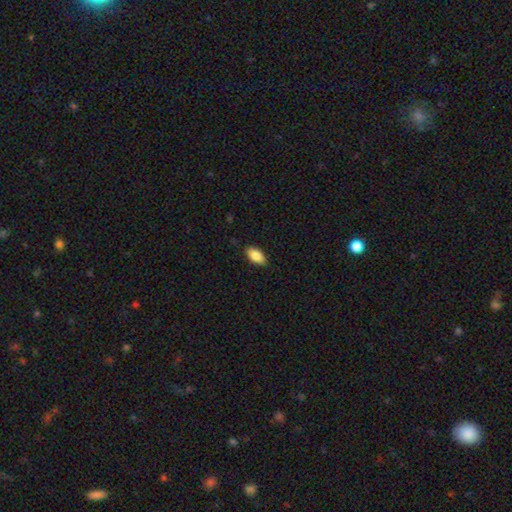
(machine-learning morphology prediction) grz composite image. It shows a smooth galaxy with no disk features (88%) that is in between round and cigar-shaped (93%). Merging: none (87%).